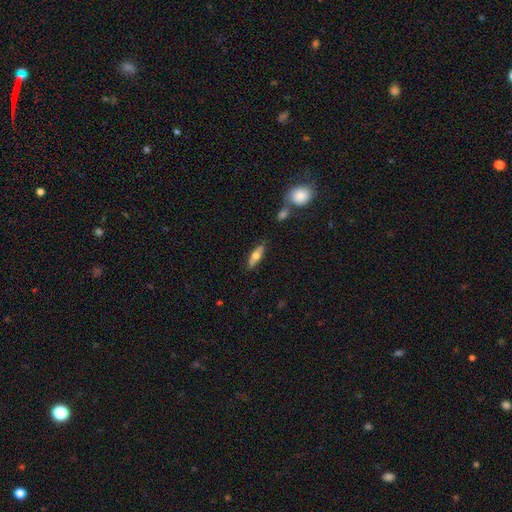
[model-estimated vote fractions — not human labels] smooth_or_featured: smooth (p=0.56) [alt: featured or disk p=0.38]
how_rounded: in between (p=0.52) [alt: cigar-shaped p=0.45]
merging: none (p=0.79) [alt: minor disturbance p=0.14]